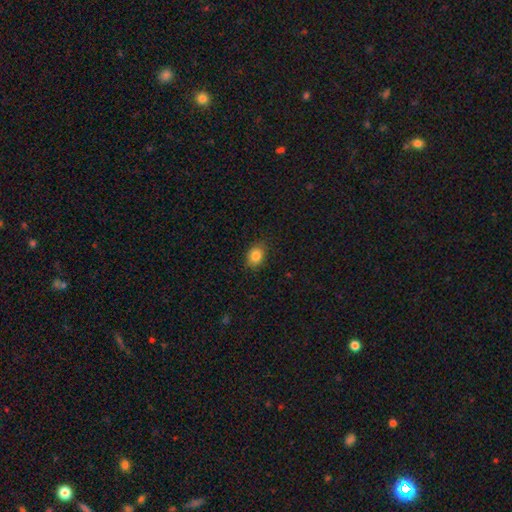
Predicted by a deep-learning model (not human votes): A smooth galaxy with no disk features (85%) that is in between round and cigar-shaped (62%).

Vote fractions:
- Smooth or featured? smooth: 85% / star or artifact: 9% / featured or disk: 6%
- How rounded? in between: 62% / round: 37% / cigar-shaped: 1%
- Merging? none: 85% / minor disturbance: 12% / major disturbance: 3% / merger: 1%